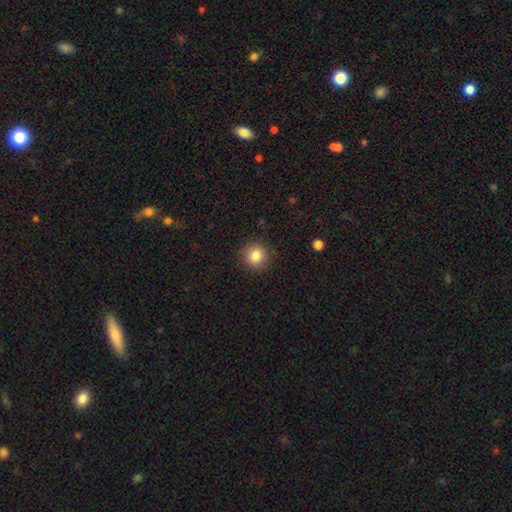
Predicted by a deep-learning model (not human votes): This is clearly a smooth galaxy (84%). How rounded: clearly round (91%). Merging: clearly none (88%).